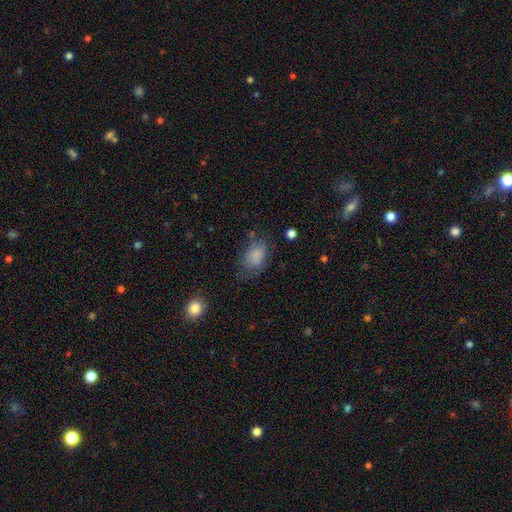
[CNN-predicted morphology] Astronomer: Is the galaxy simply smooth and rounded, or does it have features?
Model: smooth — 77%.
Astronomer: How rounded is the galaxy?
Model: in between — 85%.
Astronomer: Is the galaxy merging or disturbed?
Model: none — 50% (runner-up: minor disturbance, 28%).